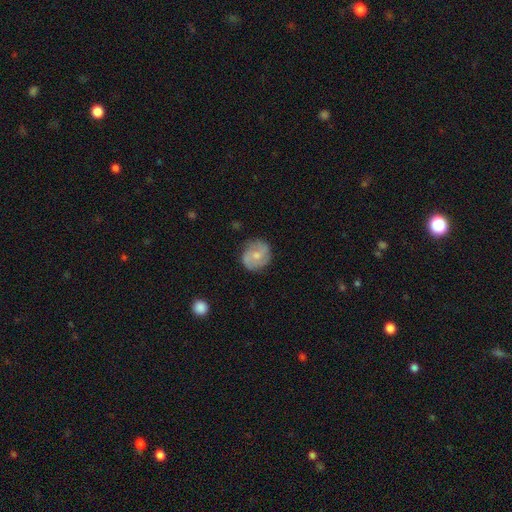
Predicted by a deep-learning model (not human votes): smooth-or-featured: featured or disk: 49% | smooth: 44% | star or artifact: 7%
  merging: none: 77% | minor disturbance: 17% | major disturbance: 5% | merger: 1%